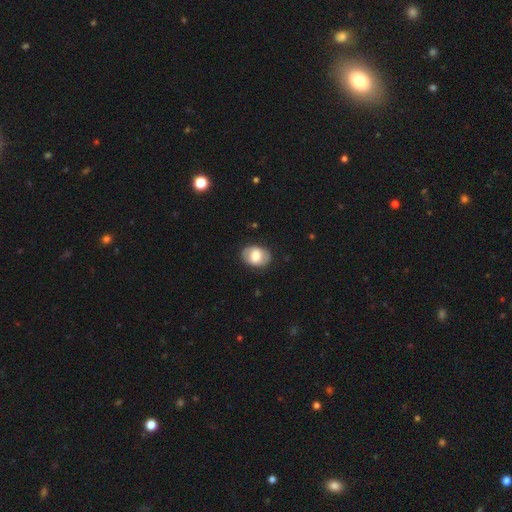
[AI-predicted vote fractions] A smooth galaxy with no disk features (61%) that is in between round and cigar-shaped (73%). Merging: none (83%).